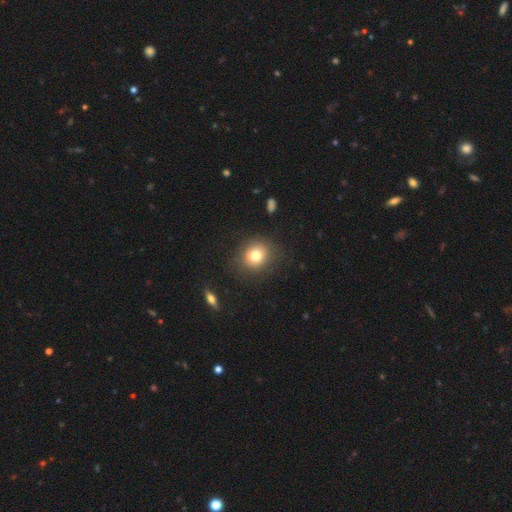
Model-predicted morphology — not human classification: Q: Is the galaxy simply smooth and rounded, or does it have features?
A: smooth — 77%.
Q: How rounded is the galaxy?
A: round — 80%.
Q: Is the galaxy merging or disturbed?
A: none — 85%.